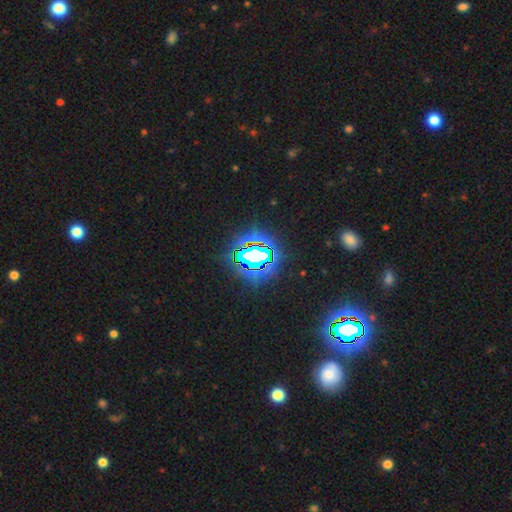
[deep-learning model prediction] A star or artifact, not a galaxy (73%).

Vote fractions:
- Smooth or featured? star or artifact: 73% / smooth: 16% / featured or disk: 11%